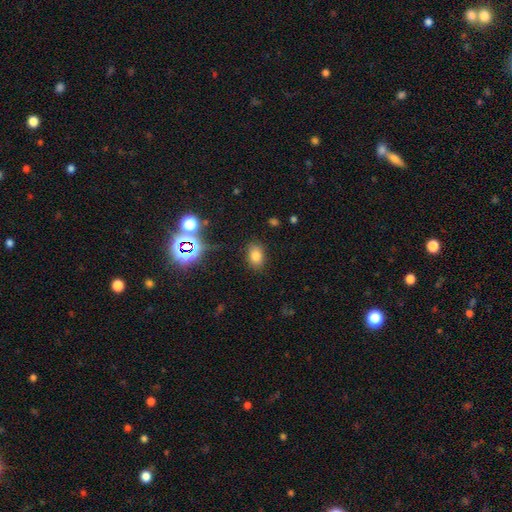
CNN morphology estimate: Smooth or featured: smooth — 75% (star or artifact — 17%)
How rounded: in between — 79% (round — 20%)
Merging: none — 84% (minor disturbance — 11%)